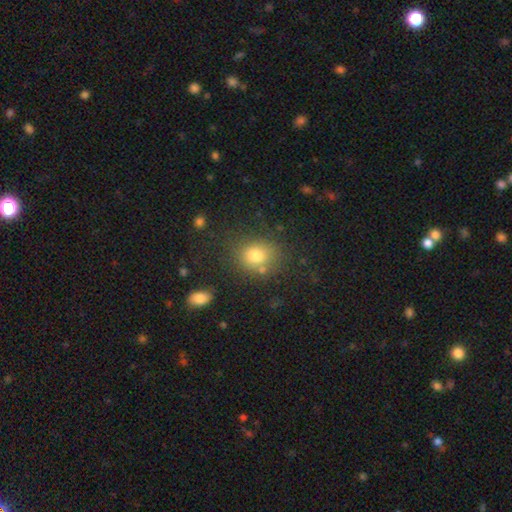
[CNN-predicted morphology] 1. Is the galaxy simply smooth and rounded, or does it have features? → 78% smooth, 13% star or artifact, 9% featured or disk.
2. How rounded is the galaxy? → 64% round, 35% in between, 1% cigar-shaped.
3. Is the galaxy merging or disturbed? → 72% none, 14% minor disturbance, 9% merger, 5% major disturbance.